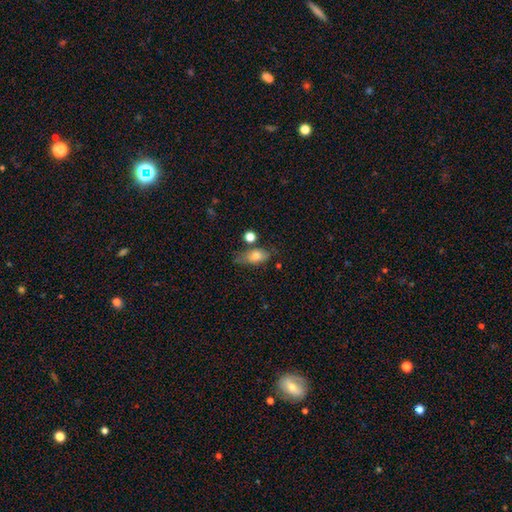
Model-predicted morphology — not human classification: This is likely a smooth galaxy (74%). How rounded: likely in between (78%). Merging: possibly none (55%).